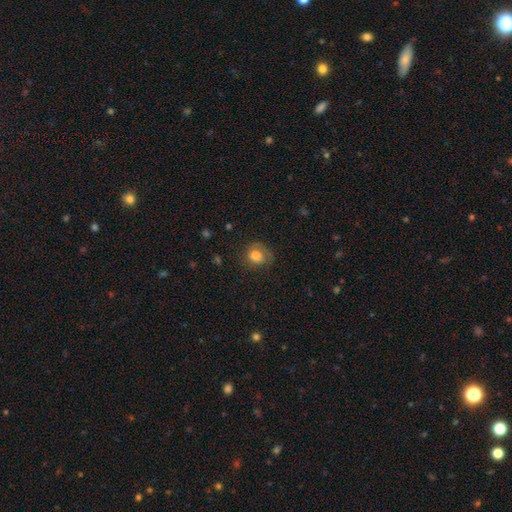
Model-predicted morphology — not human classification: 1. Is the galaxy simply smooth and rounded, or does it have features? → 77% smooth, 14% featured or disk, 9% star or artifact.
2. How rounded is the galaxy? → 70% round, 29% in between, 1% cigar-shaped.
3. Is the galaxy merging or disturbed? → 58% none, 26% minor disturbance, 15% major disturbance, 2% merger.